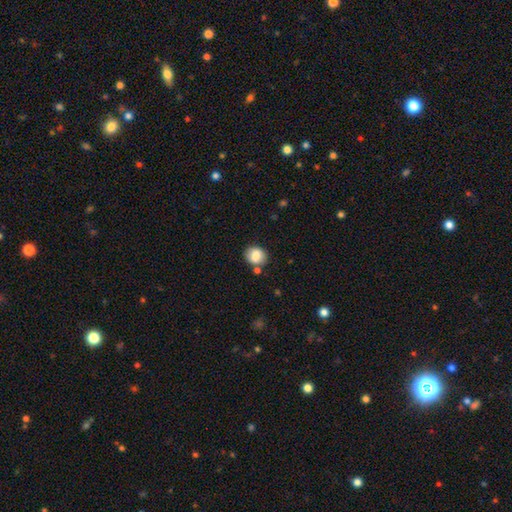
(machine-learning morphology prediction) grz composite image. It shows a smooth galaxy with no disk features (82%) that is round (69%). Merging: none (76%).